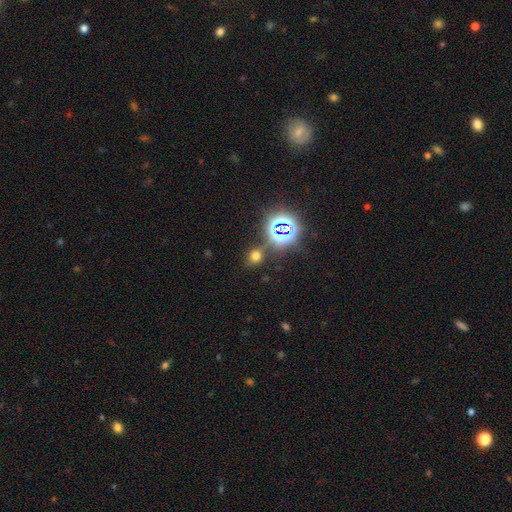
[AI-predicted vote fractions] smooth 55%, star or artifact 37%, featured or disk 8%. Down the decision tree: how rounded — round (70%); merging — none (74%).